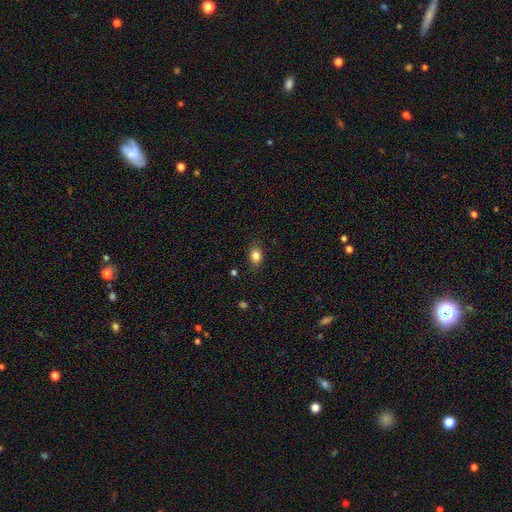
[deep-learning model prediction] Q: Smooth or featured?
A: smooth (83%); runner-up: star or artifact (10%)
Q: How rounded?
A: in between (67%); runner-up: round (31%)
Q: Merging?
A: none (82%); runner-up: minor disturbance (14%)